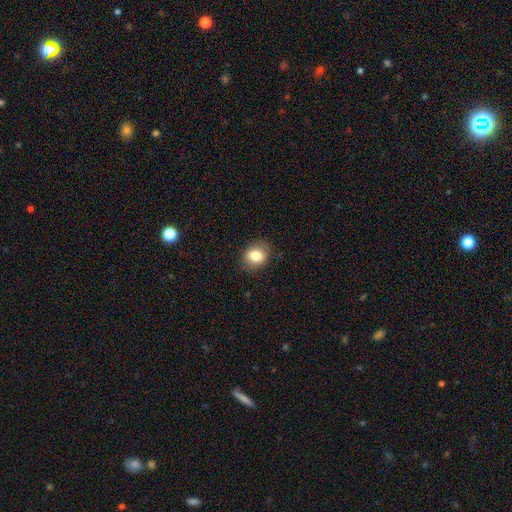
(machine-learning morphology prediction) Overall: smooth (81%). How rounded: round (55%; in between 44%). Merging: none (85%).